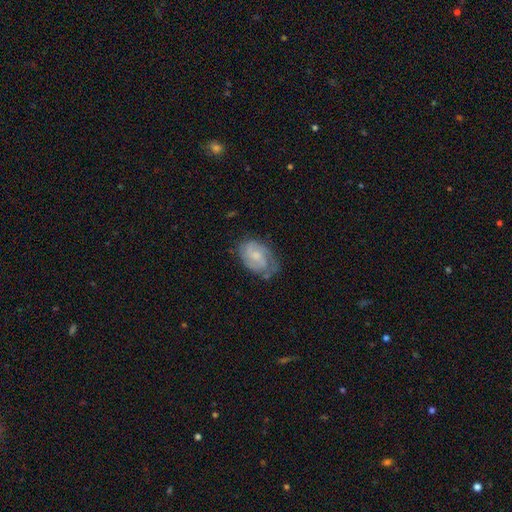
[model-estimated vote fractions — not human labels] Overall: featured or disk (75%). Edge-on disk: no (97%). Bar: no (52%; weak 42%). Spiral arms: yes (93%). Spiral arm count: 2 (68%). Spiral winding: tight (46%; medium 42%). Bulge size: small (49%; moderate 37%). Merging: none (64%; minor disturbance 25%).